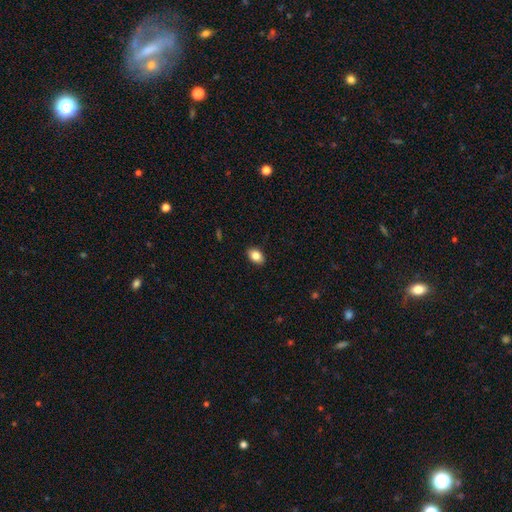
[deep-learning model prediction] Overall: smooth (84%). How rounded: in between (85%). Merging: none (89%).